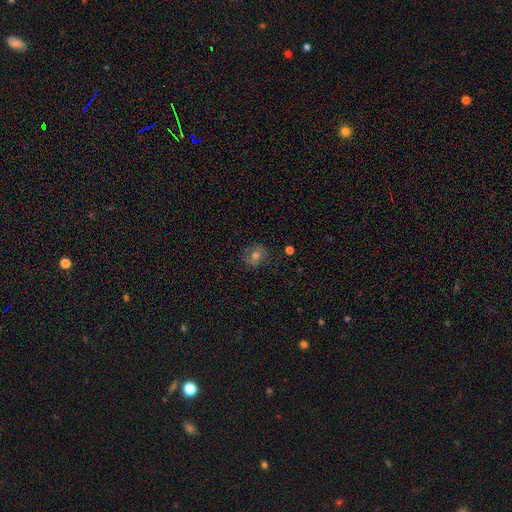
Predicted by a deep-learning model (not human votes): Smooth or featured? smooth (53%)
How rounded? round (79%)
Merging? none (79%)